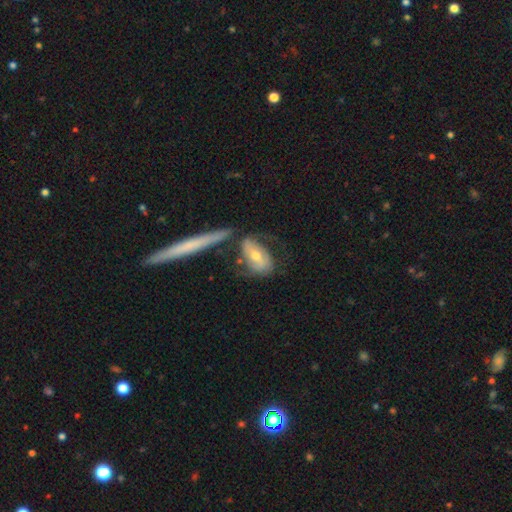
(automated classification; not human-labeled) Smooth or featured?
  - featured or disk: 53% *
  - smooth: 41%
  - star or artifact: 6%
Edge-on disk?
  - no: 81% *
  - yes: 19%
Merging?
  - none: 48% *
  - minor disturbance: 20%
  - merger: 18%
  - major disturbance: 13%